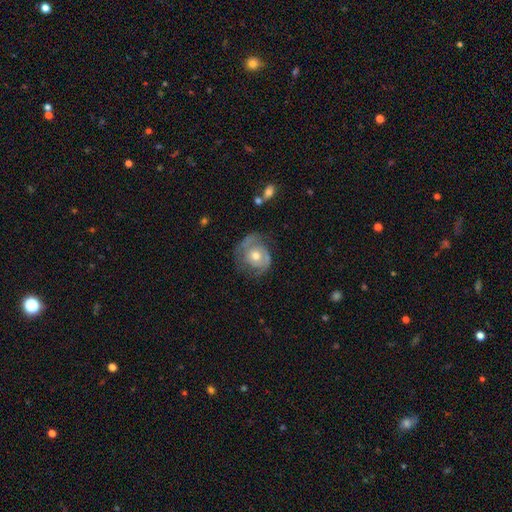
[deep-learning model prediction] smooth-or-featured: featured or disk: 70% | smooth: 24% | star or artifact: 6%
  disk-edge-on: no: 97% | yes: 3%
    bar: no: 81% | weak: 16% | strong: 3%
    has-spiral-arms: yes: 82% | no: 18%
      spiral-winding: tight: 51% | medium: 34% | loose: 15%
      spiral-arm-count: 2: 55% | can't tell: 22% | 1: 10% | 3: 7% | 4: 2% | more than 4: 2%
    bulge-size: moderate: 71% | small: 19% | large: 7% | none: 1% | dominant: 1%
  merging: none: 60% | minor disturbance: 24% | major disturbance: 14% | merger: 2%